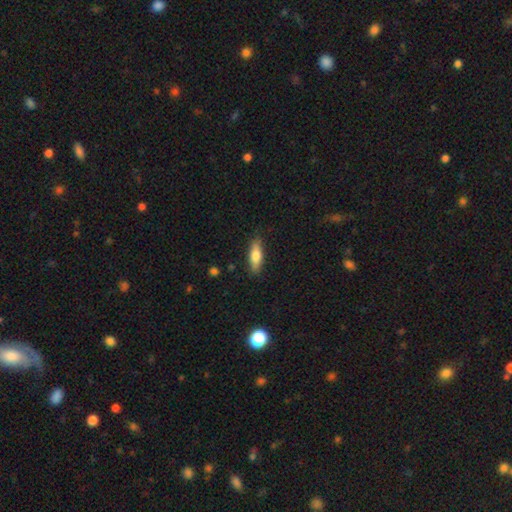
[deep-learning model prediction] The model was most divided on "how rounded": in between: 53%, cigar-shaped: 45%, round: 2%. More confident: merging — none (85%); smooth or featured — smooth (74%).